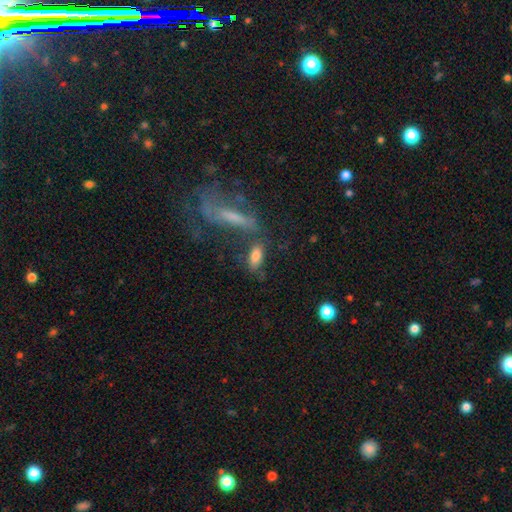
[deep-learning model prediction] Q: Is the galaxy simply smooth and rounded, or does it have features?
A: smooth — 77%.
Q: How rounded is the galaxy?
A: in between — 69%.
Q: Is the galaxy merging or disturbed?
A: none — 58%.